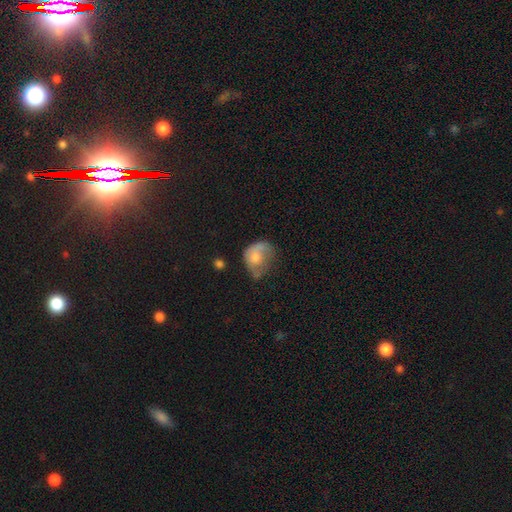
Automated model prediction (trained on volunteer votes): This is likely a smooth galaxy (61%). How rounded: possibly in between (55%). Merging: marginally major disturbance (40%).